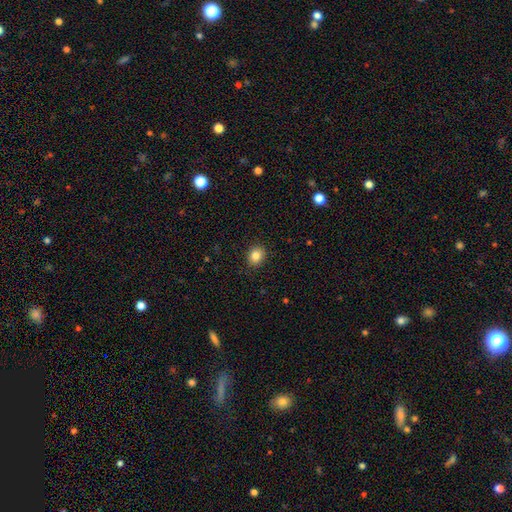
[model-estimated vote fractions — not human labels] Smooth or featured? smooth (84%)
How rounded? round (65%)
Merging? none (90%)